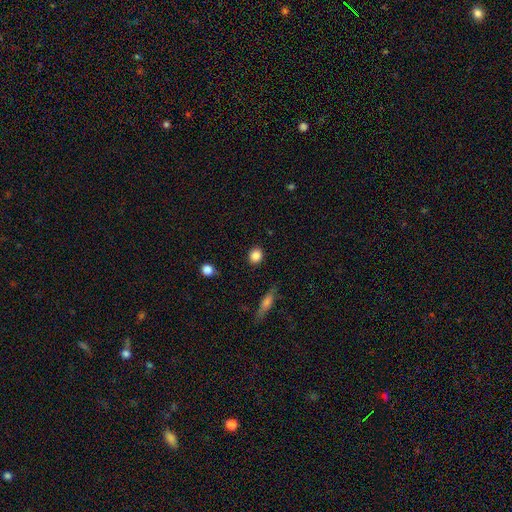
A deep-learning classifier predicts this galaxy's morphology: Smooth or featured: smooth — 86% (star or artifact — 9%)
How rounded: round — 76% (in between — 22%)
Merging: none — 90% (minor disturbance — 7%)